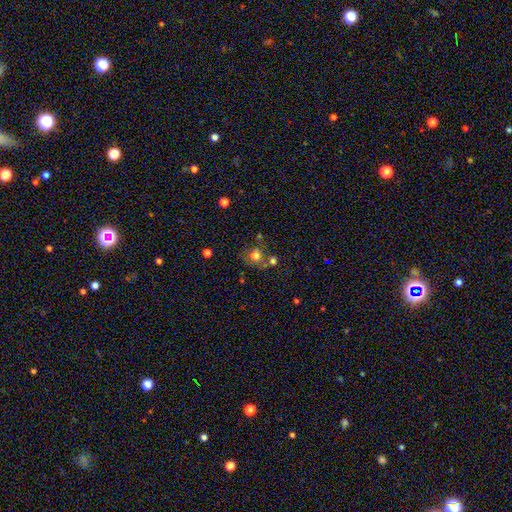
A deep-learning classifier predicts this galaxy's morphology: type=smooth (66%); roundness=round (72%); merging=none (46%).